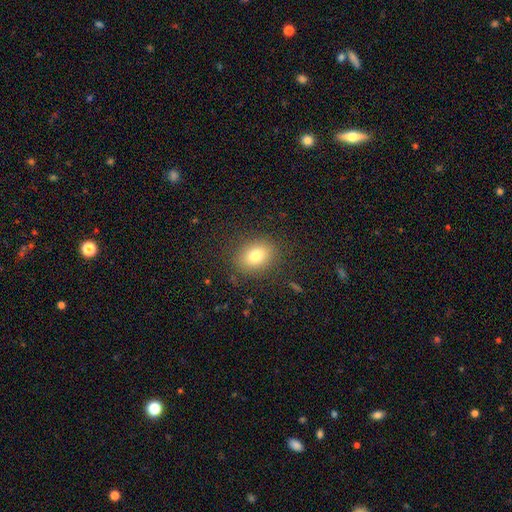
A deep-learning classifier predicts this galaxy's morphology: Smooth or featured?
  - smooth: 78% *
  - star or artifact: 12%
  - featured or disk: 10%
How rounded?
  - in between: 52% *
  - round: 47%
  - cigar-shaped: 1%
Merging?
  - none: 85% *
  - minor disturbance: 9%
  - major disturbance: 4%
  - merger: 1%